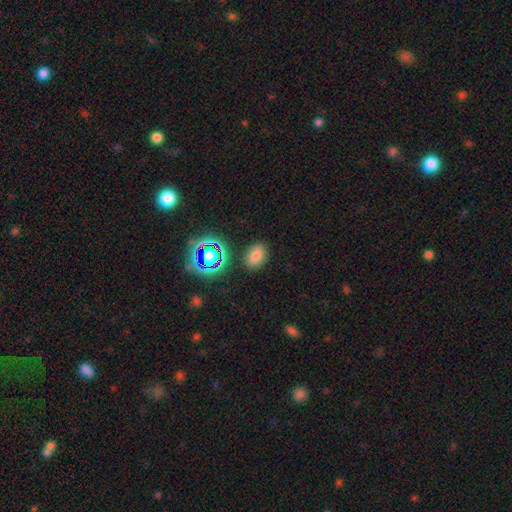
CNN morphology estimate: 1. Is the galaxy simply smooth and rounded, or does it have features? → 72% smooth, 20% star or artifact, 9% featured or disk.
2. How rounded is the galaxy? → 83% in between, 16% round, 2% cigar-shaped.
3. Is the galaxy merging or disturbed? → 84% none, 11% minor disturbance, 3% major disturbance, 2% merger.